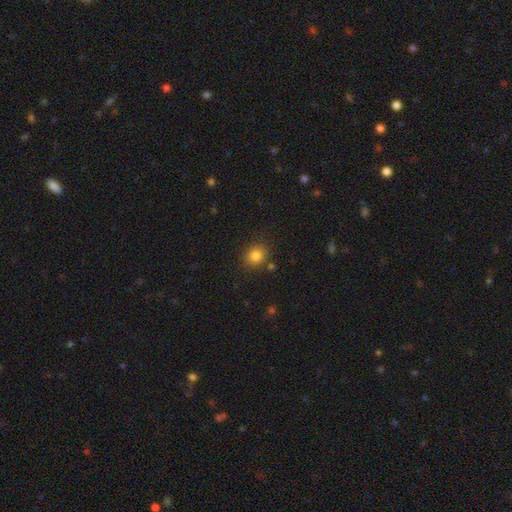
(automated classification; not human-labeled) Smooth or featured? Predicted: smooth (p=0.82). How rounded? Predicted: round (p=0.73). Merging? Predicted: none (p=0.83).